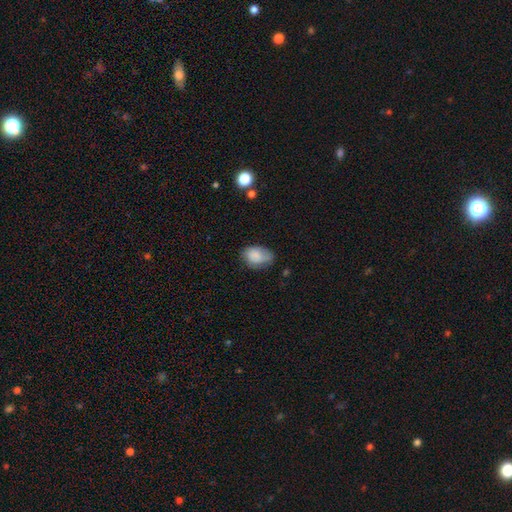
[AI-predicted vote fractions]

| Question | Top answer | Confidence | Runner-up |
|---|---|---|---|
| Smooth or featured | smooth | 82% | featured or disk (10%) |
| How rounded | in between | 81% | round (17%) |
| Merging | none | 52% | minor disturbance (35%) |